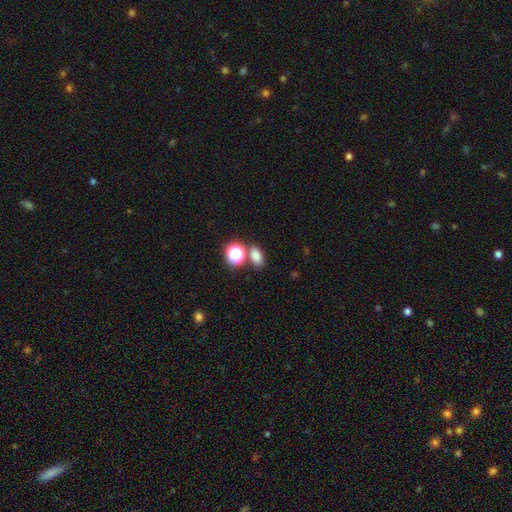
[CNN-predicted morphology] Smooth or featured?
  - smooth: 78% *
  - star or artifact: 16%
  - featured or disk: 6%
How rounded?
  - in between: 76% *
  - round: 22%
  - cigar-shaped: 2%
Merging?
  - none: 68% *
  - merger: 18%
  - minor disturbance: 10%
  - major disturbance: 4%